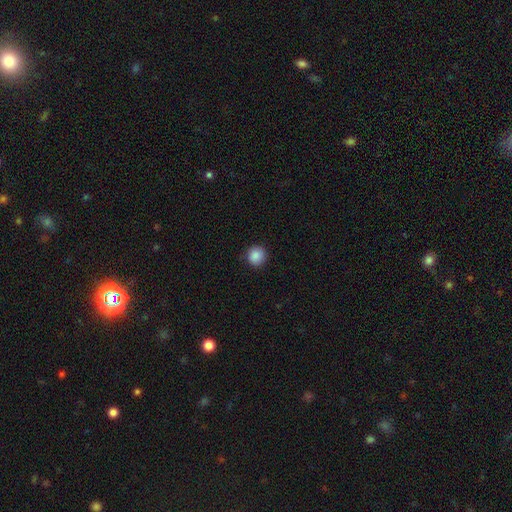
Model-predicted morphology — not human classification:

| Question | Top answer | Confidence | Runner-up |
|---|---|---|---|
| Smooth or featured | smooth | 88% | star or artifact (9%) |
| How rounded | round | 92% | in between (7%) |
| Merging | none | 87% | minor disturbance (9%) |